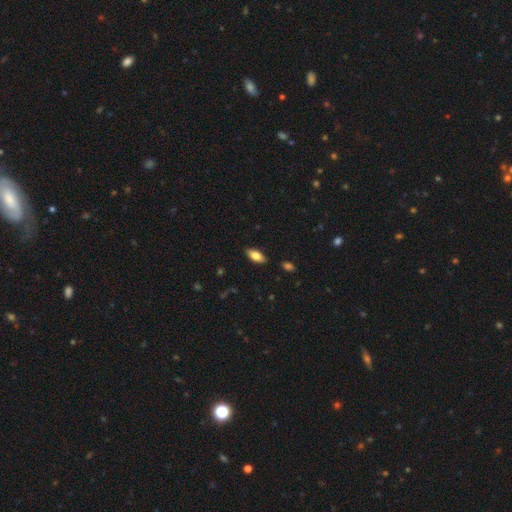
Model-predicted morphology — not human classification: The model was most divided on "smooth or featured": smooth: 77%, featured or disk: 17%, star or artifact: 7%. More confident: how rounded — in between (87%); merging — none (86%).